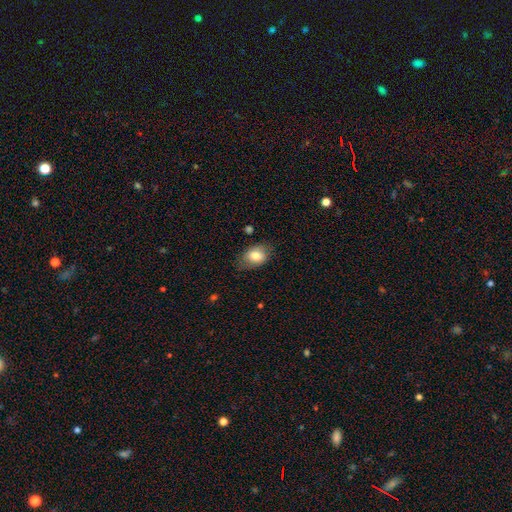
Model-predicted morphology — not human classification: type=smooth (76%); roundness=in between (77%); merging=none (70%).